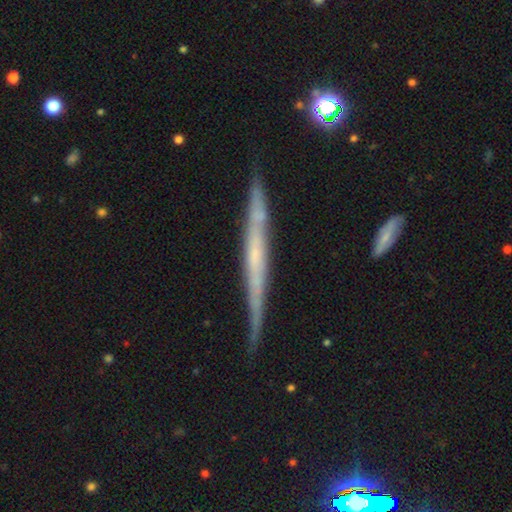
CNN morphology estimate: type=featured or disk (70%); edge-on=yes (95%); edge-on bulge=none (77%); merging=none (81%).